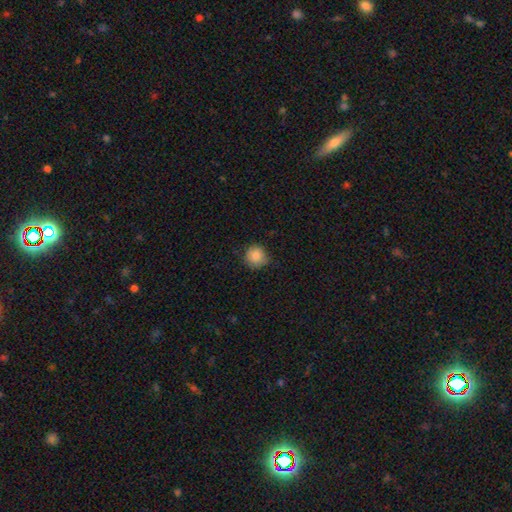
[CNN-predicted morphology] Smooth or featured? smooth (86%)
How rounded? round (93%)
Merging? none (79%)